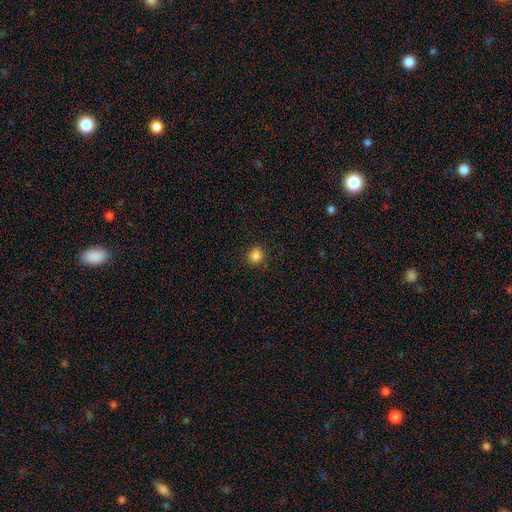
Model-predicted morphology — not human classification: A smooth galaxy with no disk features (85%) that is round (84%). Merging: none (90%).